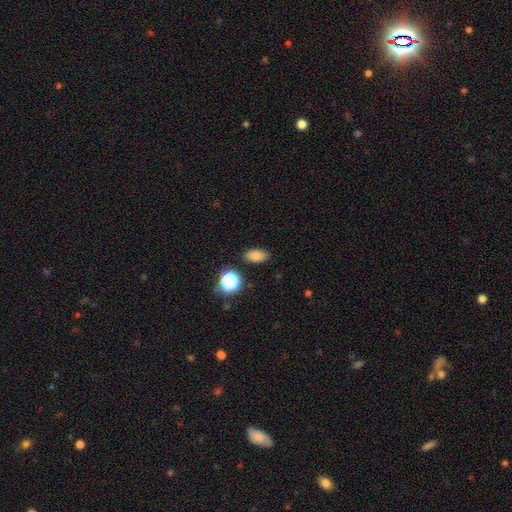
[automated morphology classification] A smooth galaxy with no disk features (79%) that is in between round and cigar-shaped (86%).

Vote fractions:
- Smooth or featured? smooth: 79% / star or artifact: 14% / featured or disk: 8%
- How rounded? in between: 86% / round: 11% / cigar-shaped: 3%
- Merging? none: 85% / minor disturbance: 10% / major disturbance: 3% / merger: 2%